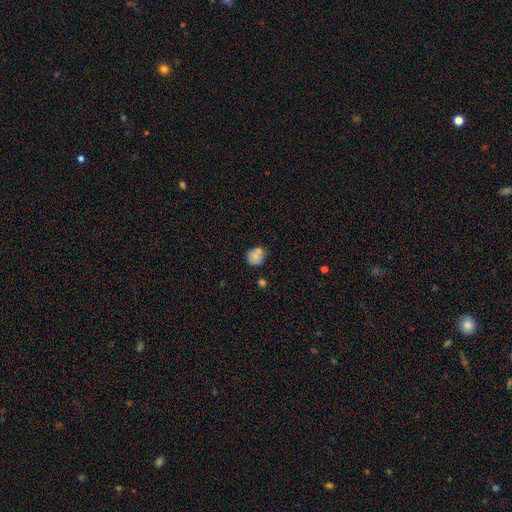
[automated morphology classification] Overall: smooth (77%). How rounded: round (76%). Merging: none (58%; merger 21%).